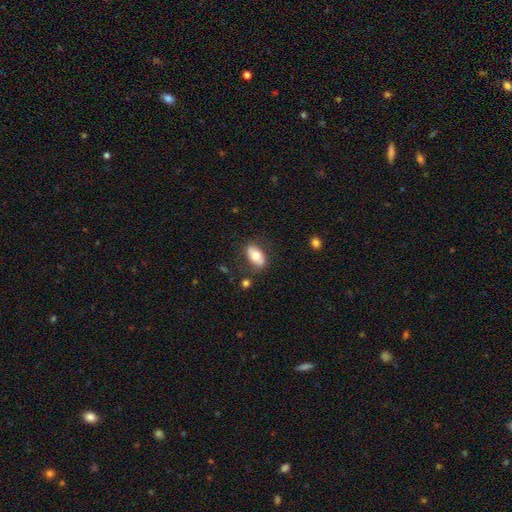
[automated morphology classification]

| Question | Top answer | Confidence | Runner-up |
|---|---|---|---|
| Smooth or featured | smooth | 69% | featured or disk (24%) |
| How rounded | in between | 90% | round (5%) |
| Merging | none | 78% | minor disturbance (14%) |